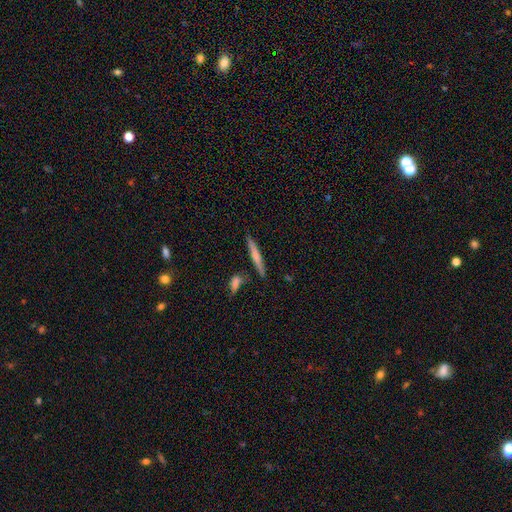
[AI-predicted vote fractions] Smooth or featured? Predicted: smooth (p=0.59). How rounded? Predicted: cigar-shaped (p=0.94). Merging? Predicted: none (p=0.80).